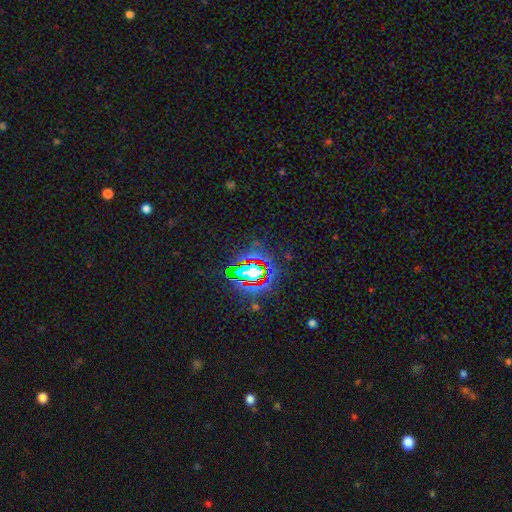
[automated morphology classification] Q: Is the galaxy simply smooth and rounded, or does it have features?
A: star or artifact — 82%.